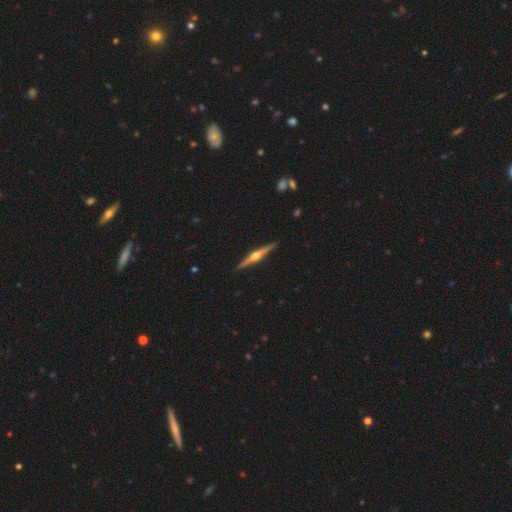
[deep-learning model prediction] A featured or disk galaxy (84%) viewed edge-on (99%) with a rounded central bulge (96%). Merging: none (92%).